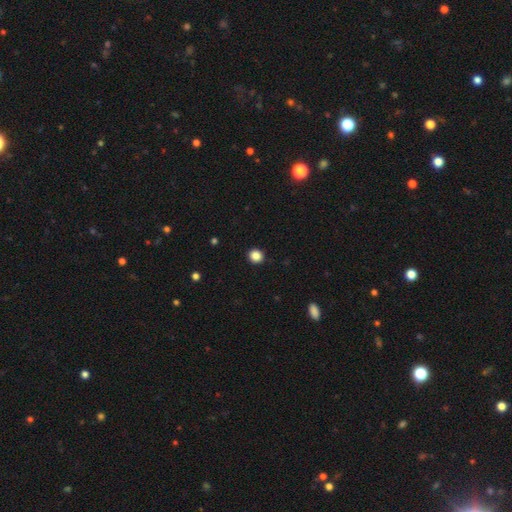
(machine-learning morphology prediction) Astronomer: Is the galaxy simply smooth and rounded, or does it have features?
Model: smooth — 86%.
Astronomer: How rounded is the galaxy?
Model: round — 91%.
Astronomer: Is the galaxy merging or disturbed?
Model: none — 93%.